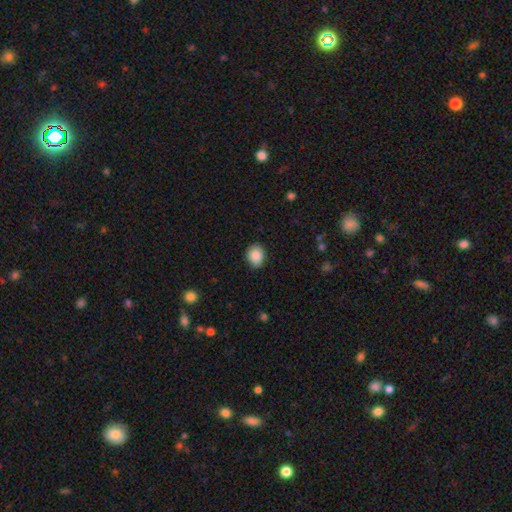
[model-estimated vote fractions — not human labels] This is clearly a smooth galaxy (89%). How rounded: possibly round (56%). Merging: clearly none (82%).